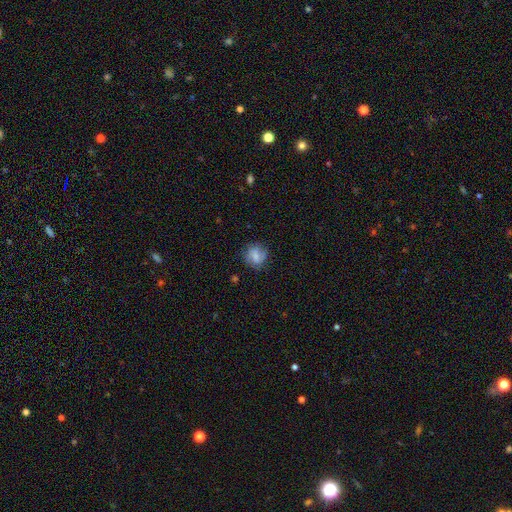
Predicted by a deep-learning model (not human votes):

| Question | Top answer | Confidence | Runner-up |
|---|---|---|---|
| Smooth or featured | smooth | 62% | featured or disk (28%) |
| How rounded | round | 78% | in between (21%) |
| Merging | none | 71% | minor disturbance (20%) |